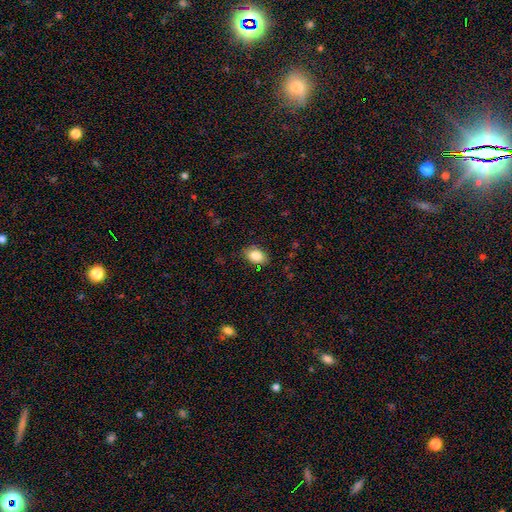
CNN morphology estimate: Smooth or featured?
  - smooth: 85% *
  - star or artifact: 8%
  - featured or disk: 7%
How rounded?
  - in between: 86% *
  - round: 13%
  - cigar-shaped: 1%
Merging?
  - none: 84% *
  - minor disturbance: 12%
  - major disturbance: 3%
  - merger: 1%